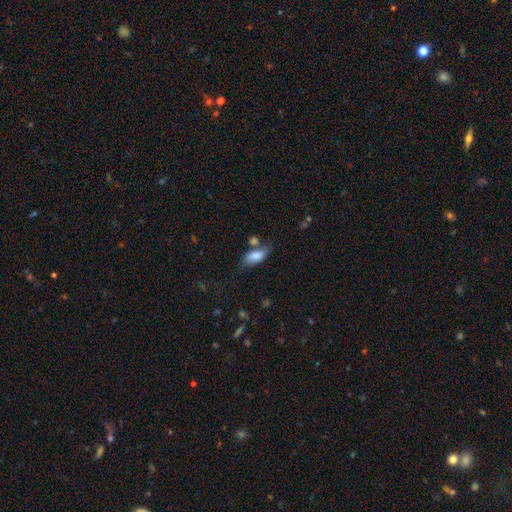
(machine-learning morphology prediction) Q: Smooth or featured?
A: smooth (80%); runner-up: featured or disk (12%)
Q: How rounded?
A: in between (89%); runner-up: cigar-shaped (7%)
Q: Merging?
A: none (55%); runner-up: minor disturbance (21%)